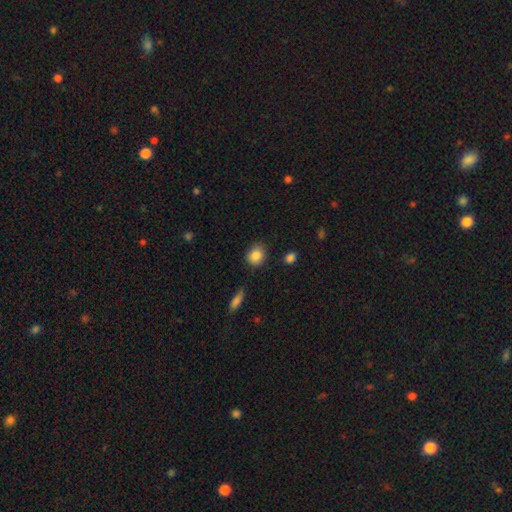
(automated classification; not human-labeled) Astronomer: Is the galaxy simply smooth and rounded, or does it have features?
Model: smooth — 86%.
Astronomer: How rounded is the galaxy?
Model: round — 67%.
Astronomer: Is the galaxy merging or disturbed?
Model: none — 78%.